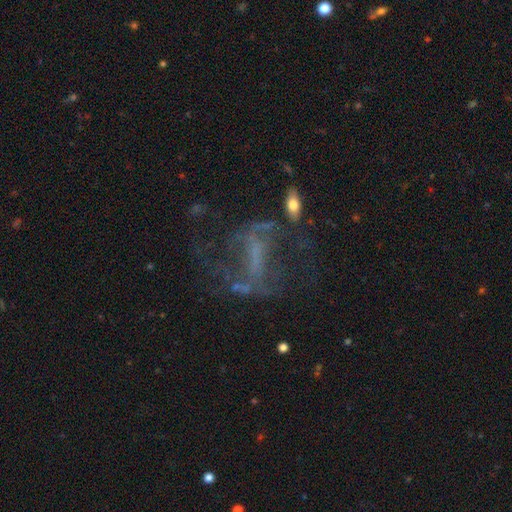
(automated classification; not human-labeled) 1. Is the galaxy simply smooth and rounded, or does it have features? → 62% featured or disk, 23% star or artifact, 14% smooth.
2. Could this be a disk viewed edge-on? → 94% no, 6% yes.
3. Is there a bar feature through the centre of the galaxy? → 34% strong, 33% weak, 33% no.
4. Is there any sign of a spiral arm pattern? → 59% yes, 41% no.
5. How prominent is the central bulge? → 63% none, 22% small, 11% moderate, 3% large, 1% dominant.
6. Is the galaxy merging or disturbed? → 44% none, 32% major disturbance, 15% minor disturbance, 8% merger.